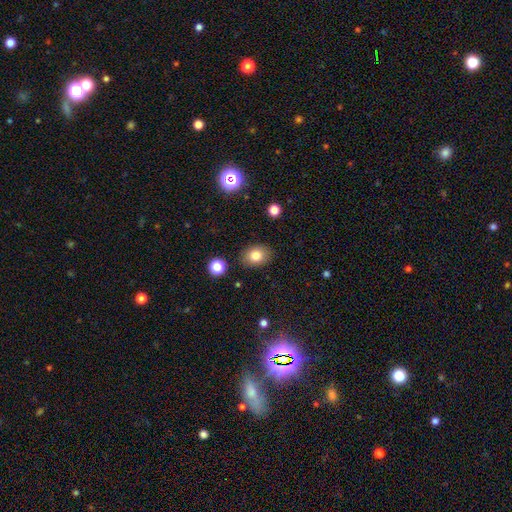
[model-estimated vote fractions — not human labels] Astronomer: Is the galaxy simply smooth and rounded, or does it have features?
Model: smooth — 80%.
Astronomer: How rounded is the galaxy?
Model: in between — 67%.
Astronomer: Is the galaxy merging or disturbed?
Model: none — 86%.